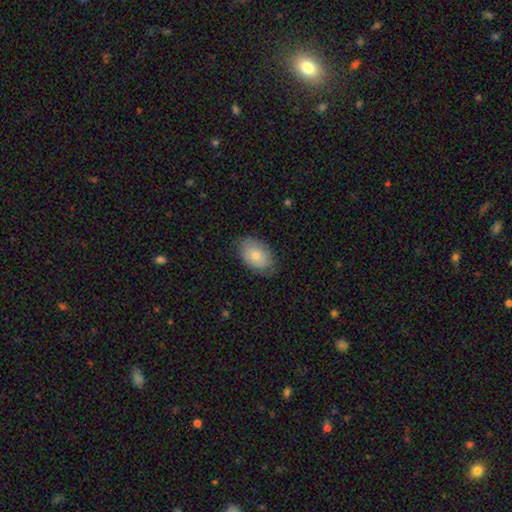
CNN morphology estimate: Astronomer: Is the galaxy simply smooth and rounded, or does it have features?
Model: smooth — 69%.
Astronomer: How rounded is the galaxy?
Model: in between — 88%.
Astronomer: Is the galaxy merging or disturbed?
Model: none — 77%.